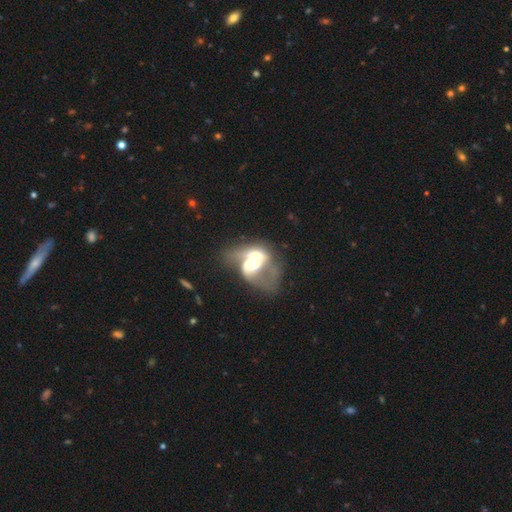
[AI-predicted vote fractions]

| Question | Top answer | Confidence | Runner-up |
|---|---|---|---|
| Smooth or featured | featured or disk | 68% | smooth (24%) |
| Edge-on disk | no | 96% | yes (4%) |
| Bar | no | 56% | weak (30%) |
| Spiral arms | yes | 67% | no (33%) |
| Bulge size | moderate | 51% | large (29%) |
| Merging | merger | 69% | major disturbance (16%) |